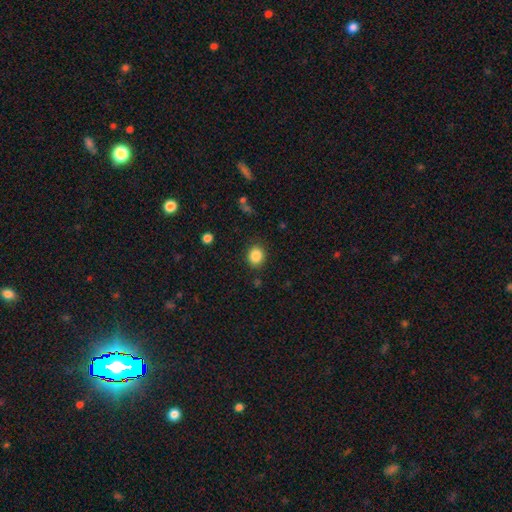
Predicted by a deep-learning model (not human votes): Smooth or featured?
  - smooth: 86% *
  - star or artifact: 10%
  - featured or disk: 4%
How rounded?
  - round: 73% *
  - in between: 26%
  - cigar-shaped: 1%
Merging?
  - none: 87% *
  - minor disturbance: 9%
  - major disturbance: 3%
  - merger: 2%